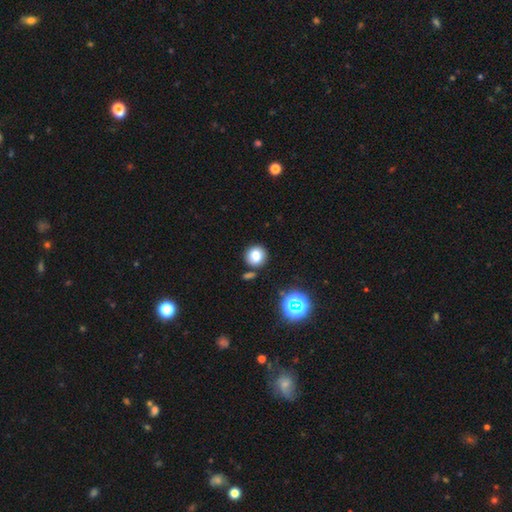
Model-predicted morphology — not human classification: A smooth galaxy with no disk features (79%) that is round (90%).

Vote fractions:
- Smooth or featured? smooth: 79% / star or artifact: 13% / featured or disk: 7%
- How rounded? round: 90% / in between: 9% / cigar-shaped: 1%
- Merging? none: 82% / minor disturbance: 9% / merger: 6% / major disturbance: 3%